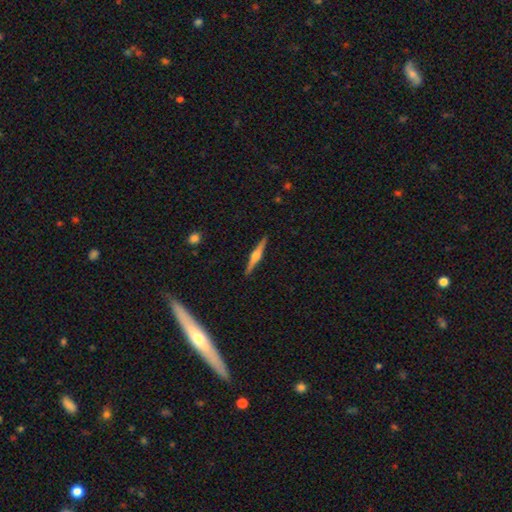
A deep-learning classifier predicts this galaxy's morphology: type=featured or disk (77%); edge-on=yes (98%); edge-on bulge=rounded (87%); merging=none (92%).